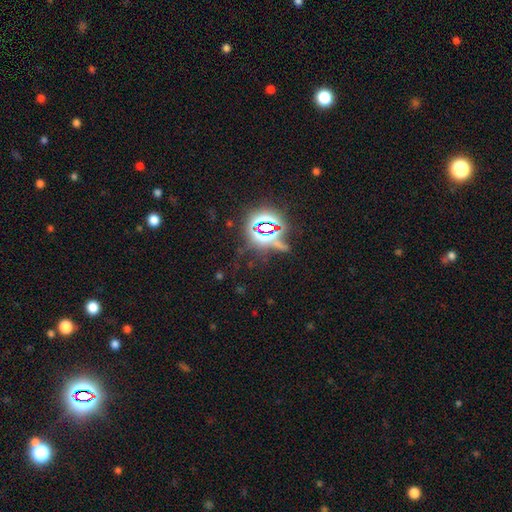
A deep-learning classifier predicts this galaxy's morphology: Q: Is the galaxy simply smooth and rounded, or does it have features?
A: star or artifact — 83%.